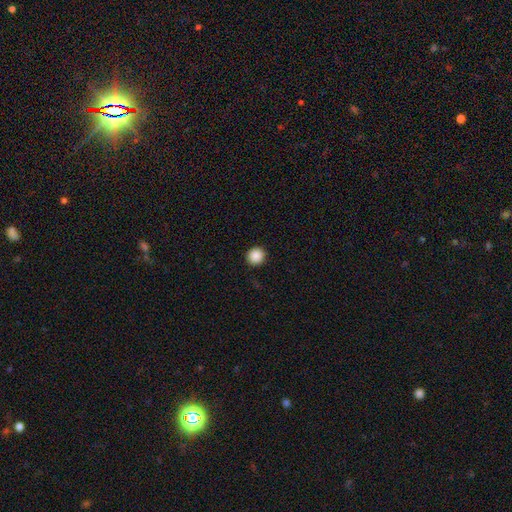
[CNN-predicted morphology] Smooth or featured? smooth (88%)
How rounded? round (94%)
Merging? none (93%)